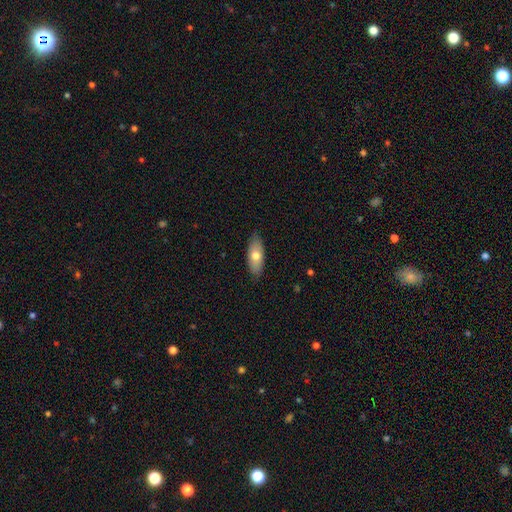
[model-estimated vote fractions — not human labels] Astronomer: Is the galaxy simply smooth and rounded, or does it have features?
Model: smooth — 69%.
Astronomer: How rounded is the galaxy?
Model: in between — 81%.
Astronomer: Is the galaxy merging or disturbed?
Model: none — 86%.